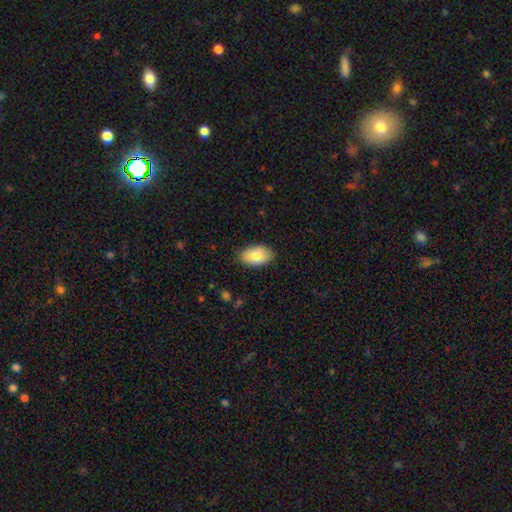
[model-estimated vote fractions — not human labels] smooth_or_featured: smooth (p=0.81) [alt: featured or disk p=0.13]
how_rounded: in between (p=0.93) [alt: round p=0.05]
merging: none (p=0.85) [alt: minor disturbance p=0.12]